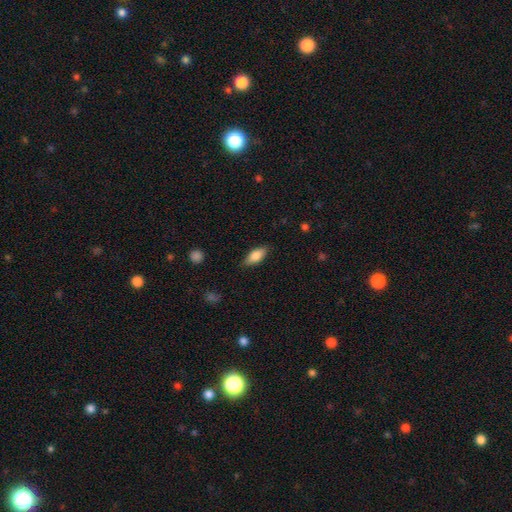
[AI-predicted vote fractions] Smooth or featured?
  - smooth: 77% *
  - featured or disk: 16%
  - star or artifact: 7%
How rounded?
  - in between: 81% *
  - cigar-shaped: 17%
  - round: 3%
Merging?
  - none: 83% *
  - minor disturbance: 13%
  - major disturbance: 3%
  - merger: 1%